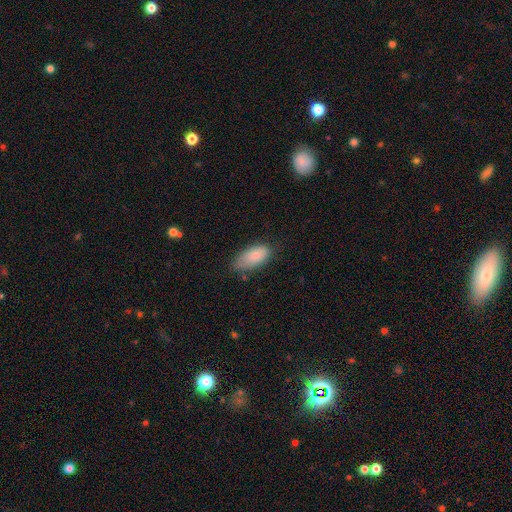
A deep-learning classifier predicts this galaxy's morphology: smooth-or-featured: smooth: 84% | featured or disk: 9% | star or artifact: 7%
  how-rounded: in between: 91% | cigar-shaped: 6% | round: 3%
  merging: none: 64% | minor disturbance: 28% | major disturbance: 6% | merger: 2%